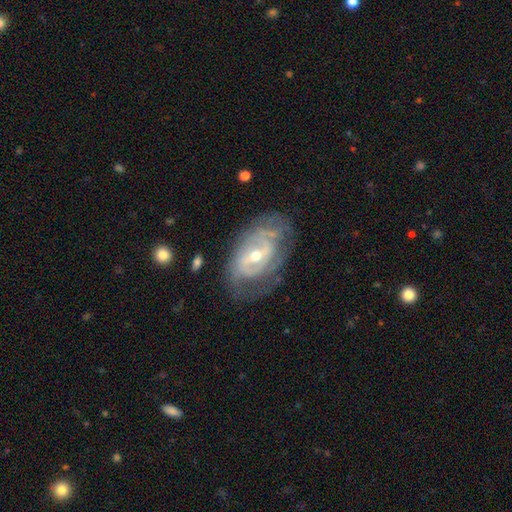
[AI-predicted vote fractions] Smooth or featured: featured or disk — 83% (smooth — 11%)
Edge-on disk: no — 94% (yes — 6%)
Bar: weak — 43% (no — 30%)
Spiral arms: yes — 81% (no — 19%)
Spiral winding: tight — 56% (medium — 31%)
Spiral arm count: can't tell — 41% (2 — 39%)
Bulge size: moderate — 52% (small — 45%)
Merging: none — 62% (minor disturbance — 23%)